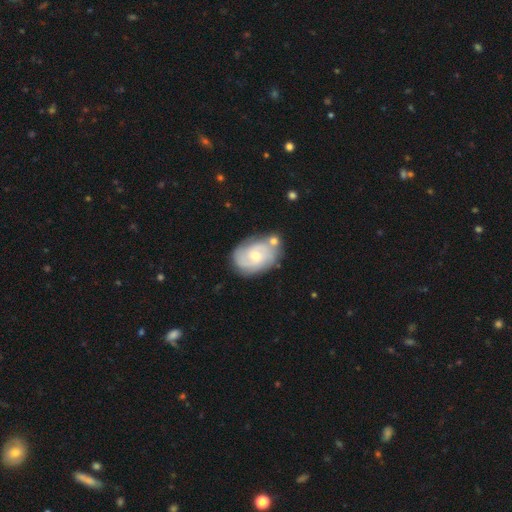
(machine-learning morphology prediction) The model was most divided on "bulge size" (2-way tie): small: 48%, moderate: 48%, large: 2%, none: 1%, dominant: 1%. Remaining: edge-on disk — no (97%); spiral arms — yes (90%); smooth or featured — featured or disk (73%); bar — no (63%); merging — none (63%); spiral winding — tight (48%); spiral arm count — 2 (39%).